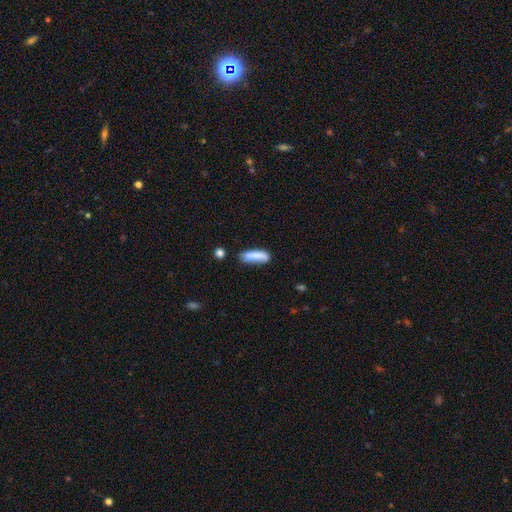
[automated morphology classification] type=smooth (79%); roundness=cigar-shaped (65%); merging=none (63%).